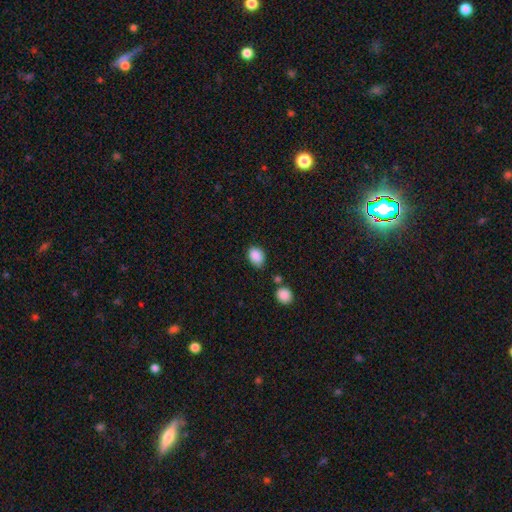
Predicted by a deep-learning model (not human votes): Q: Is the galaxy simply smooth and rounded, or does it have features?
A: smooth — 88%.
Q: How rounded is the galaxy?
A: in between — 71%.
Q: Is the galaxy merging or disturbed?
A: none — 73%.